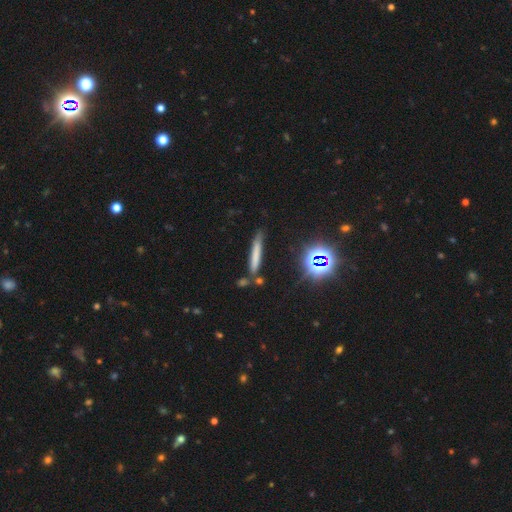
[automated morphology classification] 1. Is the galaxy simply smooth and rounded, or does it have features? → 63% smooth, 20% featured or disk, 16% star or artifact.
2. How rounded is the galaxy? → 93% cigar-shaped, 5% in between, 2% round.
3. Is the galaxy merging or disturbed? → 72% none, 15% minor disturbance, 10% merger, 4% major disturbance.